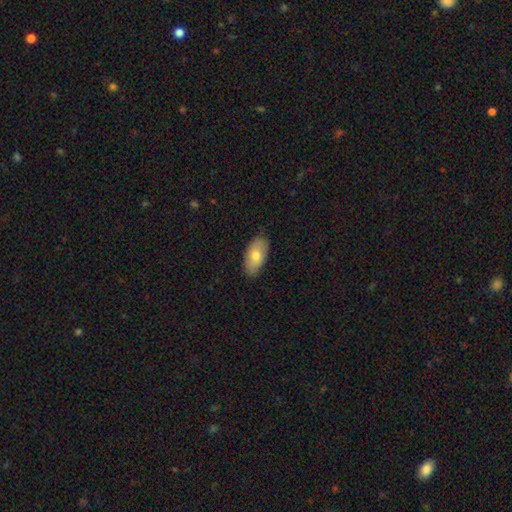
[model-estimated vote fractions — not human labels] Smooth or featured?
  - smooth: 77% *
  - featured or disk: 17%
  - star or artifact: 6%
How rounded?
  - in between: 93% *
  - cigar-shaped: 4%
  - round: 3%
Merging?
  - none: 85% *
  - minor disturbance: 12%
  - major disturbance: 2%
  - merger: 1%